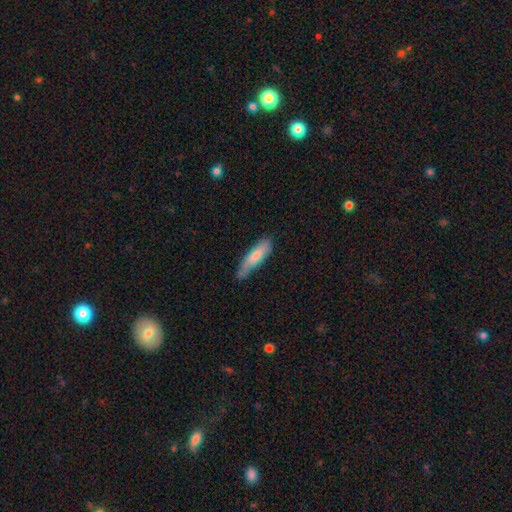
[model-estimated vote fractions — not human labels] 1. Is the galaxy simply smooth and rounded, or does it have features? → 74% smooth, 20% featured or disk, 6% star or artifact.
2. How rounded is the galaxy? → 68% cigar-shaped, 30% in between, 1% round.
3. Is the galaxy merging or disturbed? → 53% none, 36% minor disturbance, 8% major disturbance, 3% merger.